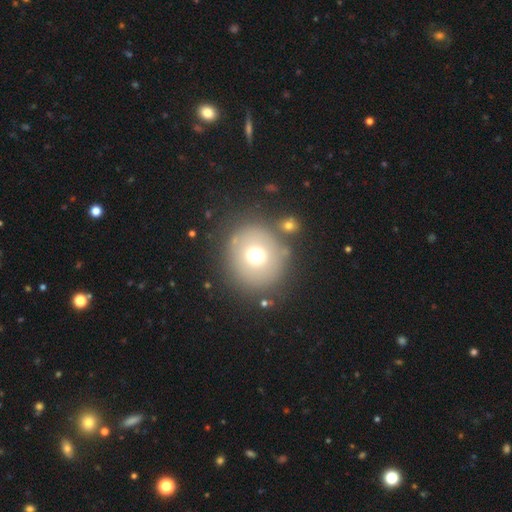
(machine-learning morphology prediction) smooth_or_featured: smooth (p=0.67) [alt: featured or disk p=0.17]
how_rounded: round (p=0.90) [alt: in between p=0.09]
merging: none (p=0.76) [alt: minor disturbance p=0.10]